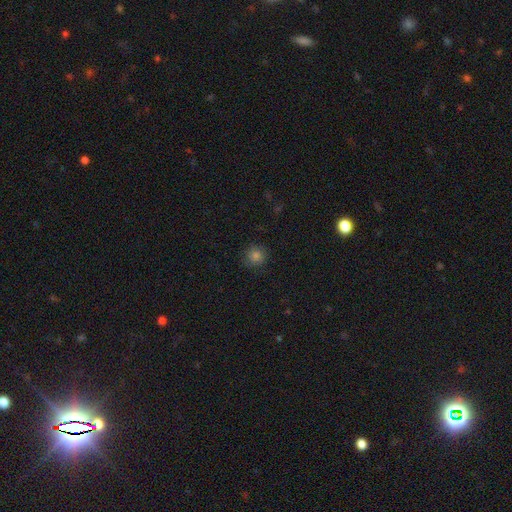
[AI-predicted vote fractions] Smooth or featured: smooth — 78% (star or artifact — 14%)
How rounded: round — 91% (in between — 8%)
Merging: none — 84% (minor disturbance — 12%)